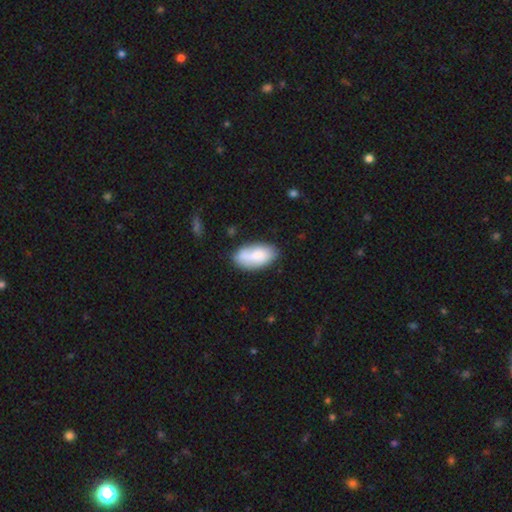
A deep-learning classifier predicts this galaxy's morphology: Smooth or featured?
  - smooth: 76% *
  - featured or disk: 17%
  - star or artifact: 7%
How rounded?
  - in between: 94% *
  - round: 3%
  - cigar-shaped: 3%
Merging?
  - none: 63% *
  - minor disturbance: 22%
  - merger: 9%
  - major disturbance: 6%